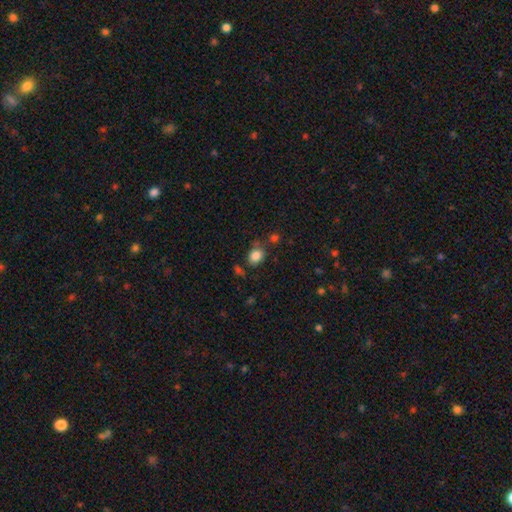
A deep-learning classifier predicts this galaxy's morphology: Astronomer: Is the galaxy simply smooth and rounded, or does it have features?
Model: smooth — 84%.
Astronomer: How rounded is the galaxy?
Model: round — 54% (runner-up: in between, 45%).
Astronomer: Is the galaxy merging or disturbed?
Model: none — 71%.